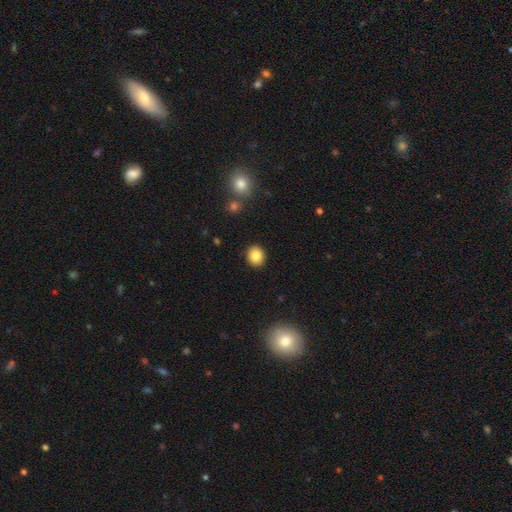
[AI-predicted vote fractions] Q: Smooth or featured?
A: smooth (85%); runner-up: star or artifact (9%)
Q: How rounded?
A: round (76%); runner-up: in between (23%)
Q: Merging?
A: none (91%); runner-up: minor disturbance (6%)